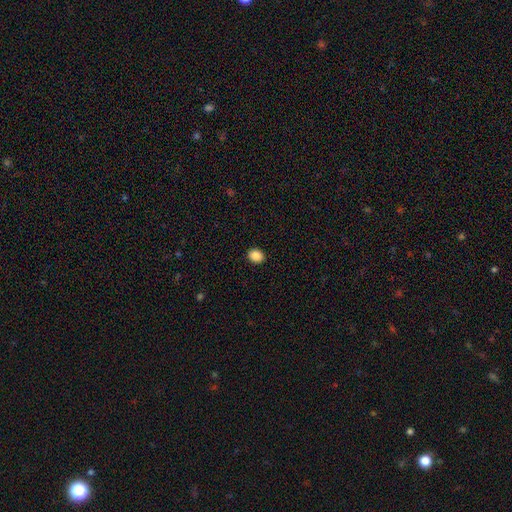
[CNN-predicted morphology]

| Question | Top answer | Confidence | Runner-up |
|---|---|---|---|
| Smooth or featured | smooth | 87% | star or artifact (9%) |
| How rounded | round | 60% | in between (39%) |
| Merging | none | 92% | minor disturbance (5%) |